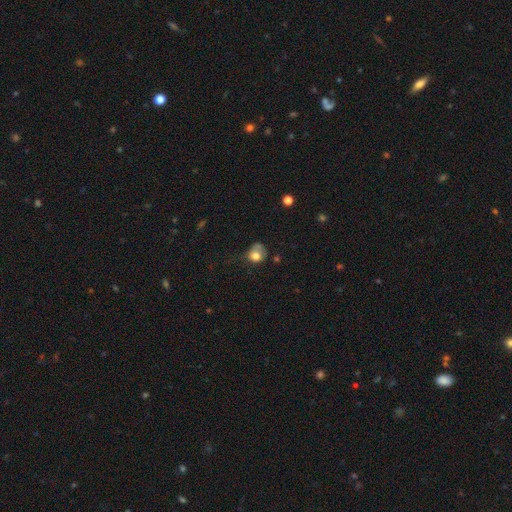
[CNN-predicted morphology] smooth_or_featured: smooth (p=0.74) [alt: featured or disk p=0.15]
how_rounded: round (p=0.66) [alt: in between p=0.33]
merging: none (p=0.32) [alt: minor disturbance p=0.30]